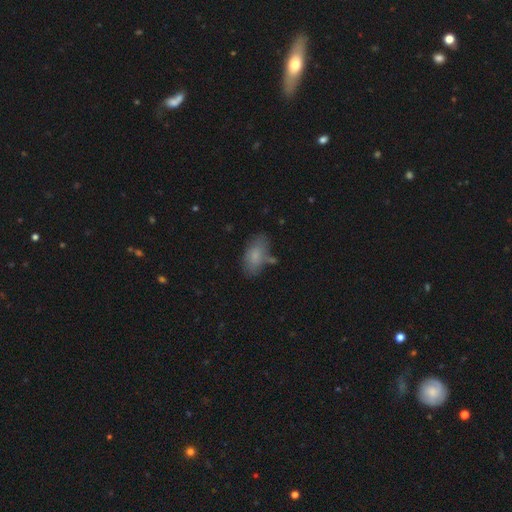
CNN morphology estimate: This is clearly a smooth galaxy (80%). How rounded: clearly in between (93%). Merging: likely none (62%).